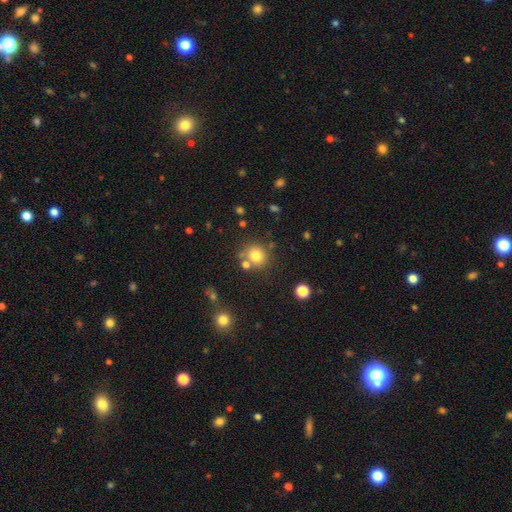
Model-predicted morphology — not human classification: The model was most divided on "merging": none: 71%, merger: 14%, minor disturbance: 11%, major disturbance: 4%. More confident: how rounded — round (86%); smooth or featured — smooth (77%).